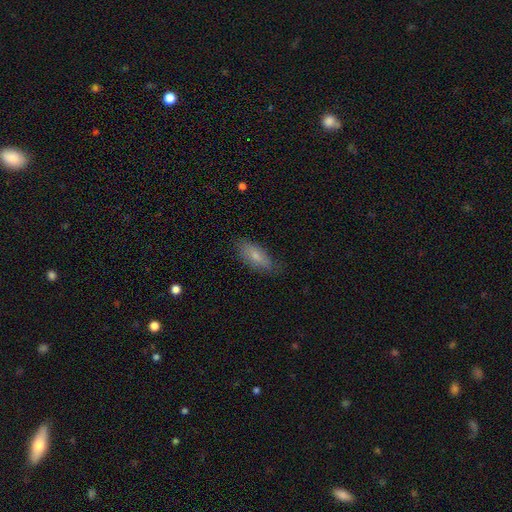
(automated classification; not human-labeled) smooth_or_featured: smooth (p=0.72) [alt: featured or disk p=0.21]
how_rounded: in between (p=0.77) [alt: cigar-shaped p=0.21]
merging: none (p=0.77) [alt: minor disturbance p=0.18]